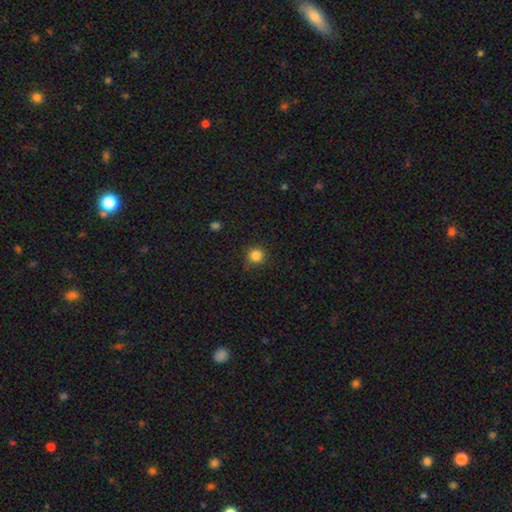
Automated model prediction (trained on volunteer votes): This appears to be a smooth galaxy with no disk features (85%) that is round (94%). Merging: none (87%).